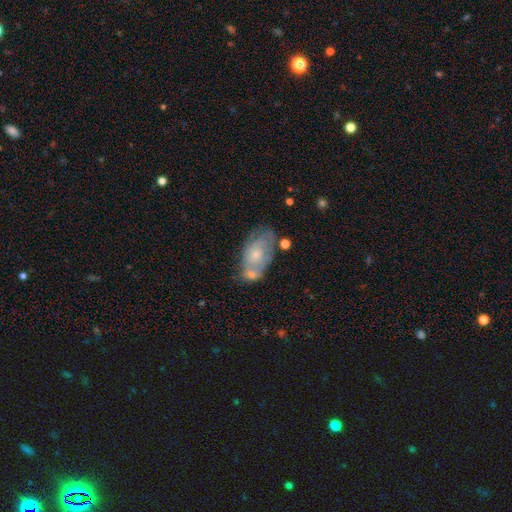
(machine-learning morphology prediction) A featured or disk galaxy (48%).

Vote fractions:
- Smooth or featured? featured or disk: 48% / smooth: 44% / star or artifact: 8%
- Merging? none: 41% / merger: 28% / minor disturbance: 22% / major disturbance: 9%